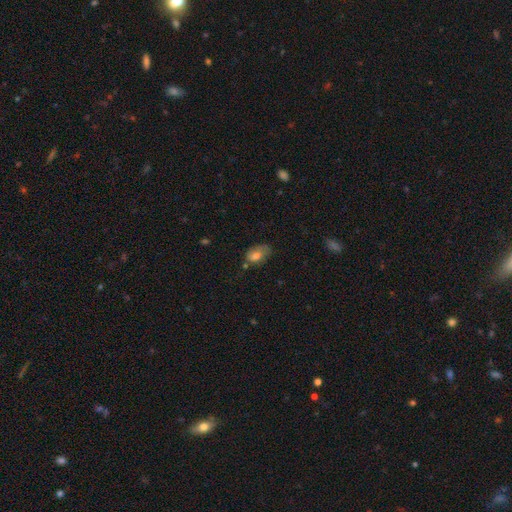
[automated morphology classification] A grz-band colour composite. It shows a smooth galaxy with no disk features (75%) that is in between round and cigar-shaped (85%). Merging: none (38%).